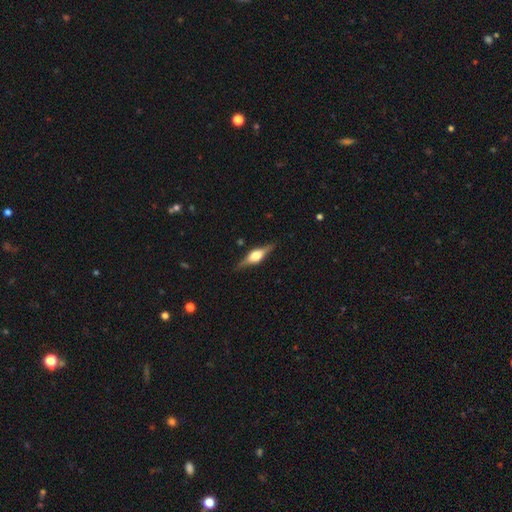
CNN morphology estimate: Smooth or featured? featured or disk (72%)
Edge-on disk? yes (97%)
Edge-on bulge? rounded (91%)
Merging? none (87%)